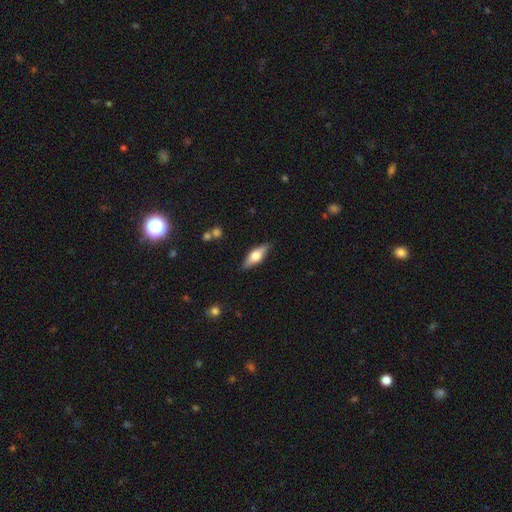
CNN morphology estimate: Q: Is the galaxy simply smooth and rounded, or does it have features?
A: smooth — 50%.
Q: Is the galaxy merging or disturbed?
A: none — 86%.